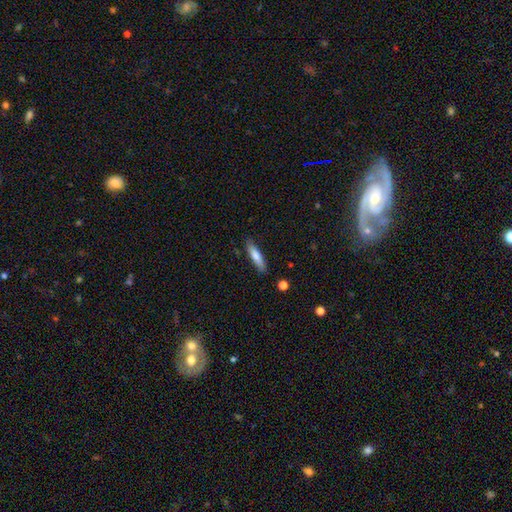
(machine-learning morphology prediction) The model was most divided on "how rounded": cigar-shaped: 75%, in between: 24%, round: 1%. More confident: merging — none (84%); smooth or featured — smooth (74%).